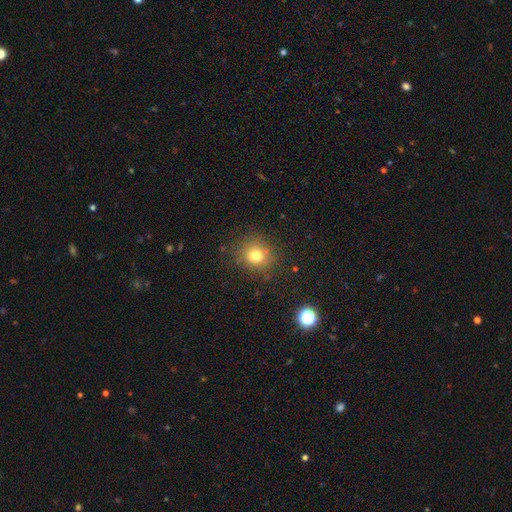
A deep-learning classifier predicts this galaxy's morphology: smooth 76%, star or artifact 16%, featured or disk 8%. Down the decision tree: how rounded — round (88%); merging — none (85%).